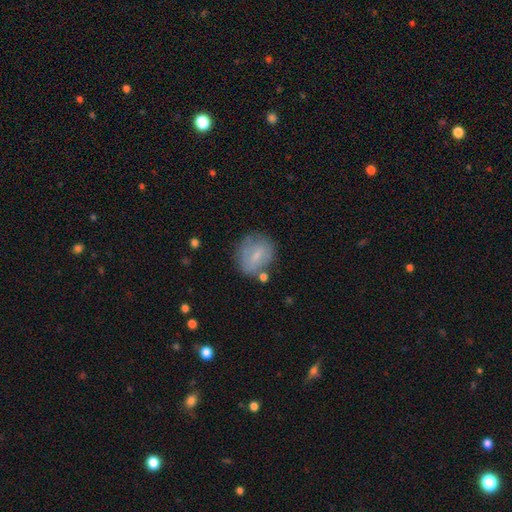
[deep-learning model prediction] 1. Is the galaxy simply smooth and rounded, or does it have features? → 61% smooth, 31% featured or disk, 8% star or artifact.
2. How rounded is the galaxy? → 63% round, 36% in between, 2% cigar-shaped.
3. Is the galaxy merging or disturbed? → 65% none, 21% minor disturbance, 8% major disturbance, 7% merger.